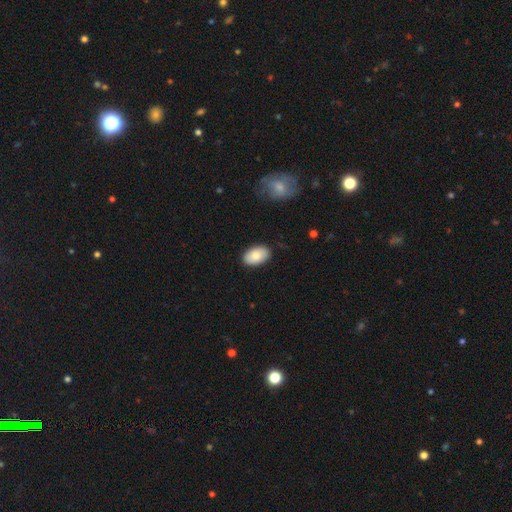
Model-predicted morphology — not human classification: This appears to be a smooth galaxy with no disk features (83%) that is in between round and cigar-shaped (93%). Merging: none (87%).